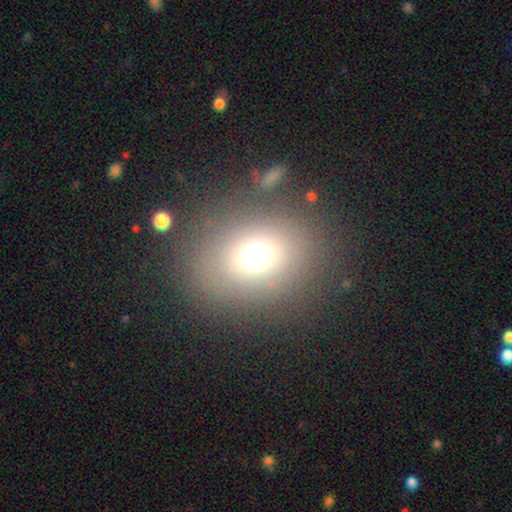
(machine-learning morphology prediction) Smooth or featured: smooth — 71% (star or artifact — 15%)
How rounded: round — 56% (in between — 43%)
Merging: none — 81% (minor disturbance — 10%)